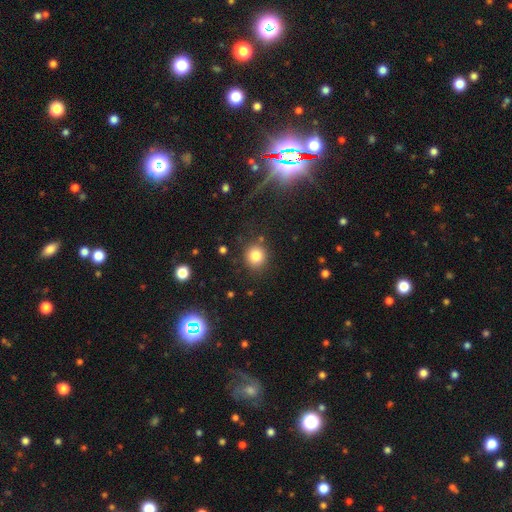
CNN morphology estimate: Smooth or featured?
  - smooth: 82% *
  - star or artifact: 12%
  - featured or disk: 6%
How rounded?
  - round: 87% *
  - in between: 12%
  - cigar-shaped: 1%
Merging?
  - none: 85% *
  - minor disturbance: 9%
  - major disturbance: 3%
  - merger: 3%